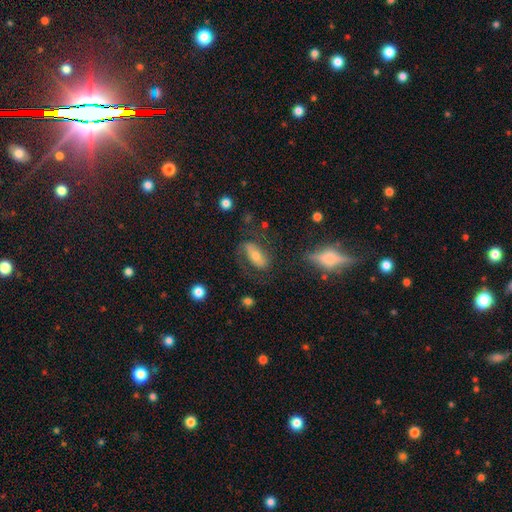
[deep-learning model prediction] Smooth or featured?
  - featured or disk: 52% *
  - smooth: 38%
  - star or artifact: 10%
Edge-on disk?
  - no: 79% *
  - yes: 21%
Merging?
  - none: 57% *
  - minor disturbance: 20%
  - major disturbance: 20%
  - merger: 3%